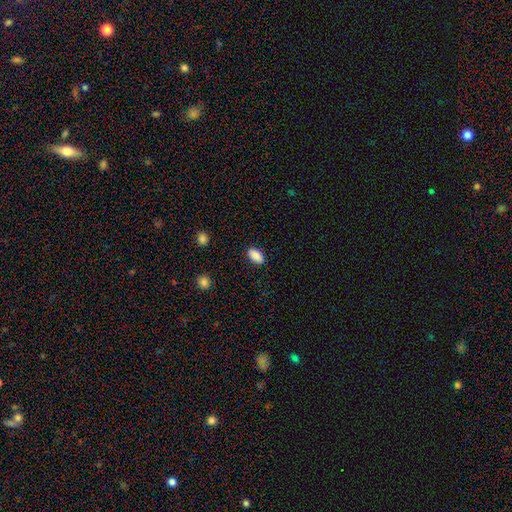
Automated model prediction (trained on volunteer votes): This appears to be a smooth galaxy with no disk features (89%) that is in between round and cigar-shaped (91%). Merging: none (88%).